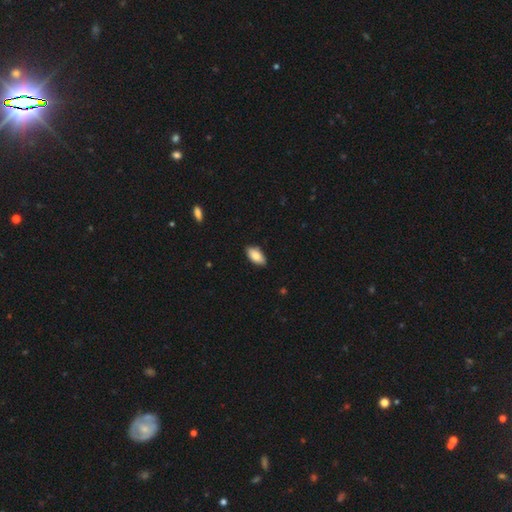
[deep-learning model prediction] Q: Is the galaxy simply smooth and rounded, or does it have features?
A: smooth — 85%.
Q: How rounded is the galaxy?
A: in between — 93%.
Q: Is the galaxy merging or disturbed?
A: none — 86%.